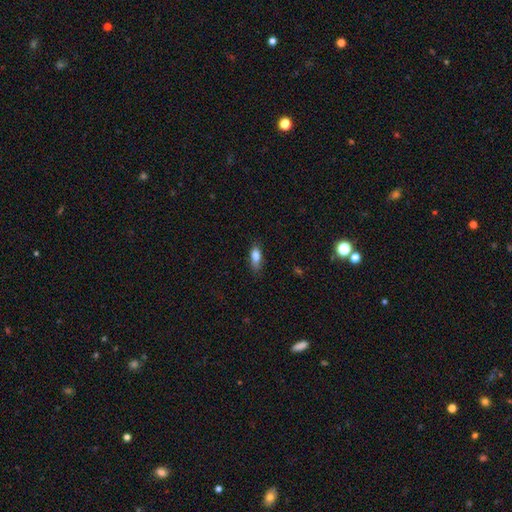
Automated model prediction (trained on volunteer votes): The model was most divided on "merging": none: 72%, minor disturbance: 21%, major disturbance: 5%, merger: 2%. More confident: smooth or featured — smooth (83%); how rounded — in between (78%).